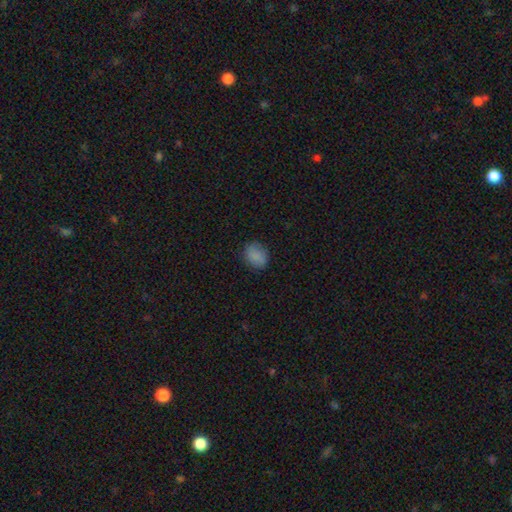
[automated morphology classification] Overall: smooth (85%). How rounded: round (57%; in between 42%). Merging: none (81%).